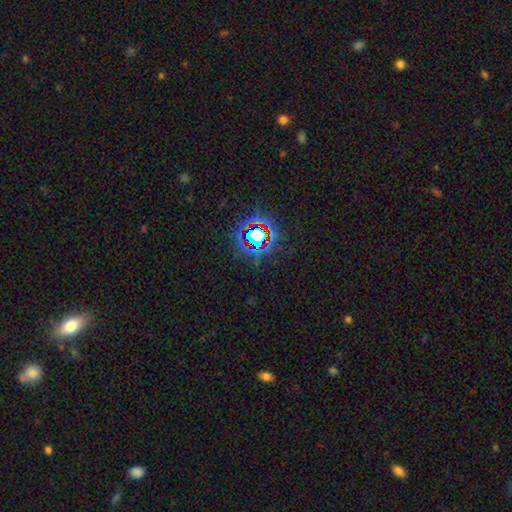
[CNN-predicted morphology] smooth_or_featured: star or artifact (p=0.78) [alt: smooth p=0.13]